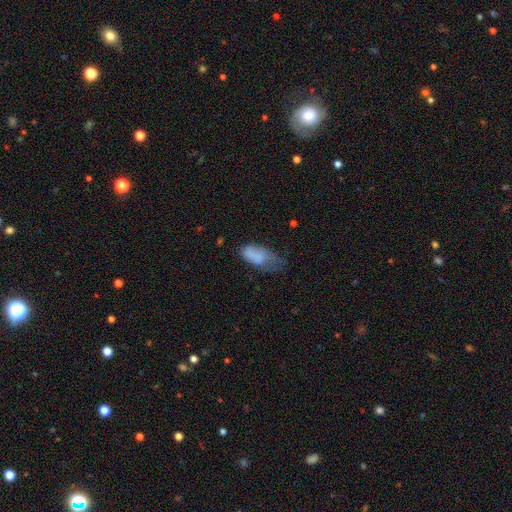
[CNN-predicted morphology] This is likely a smooth galaxy (73%). How rounded: clearly in between (90%). Merging: marginally minor disturbance (37%).